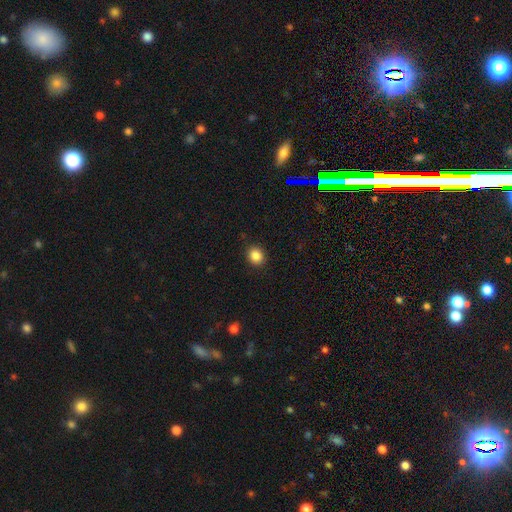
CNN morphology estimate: Overall: smooth (87%). How rounded: round (70%). Merging: none (90%).